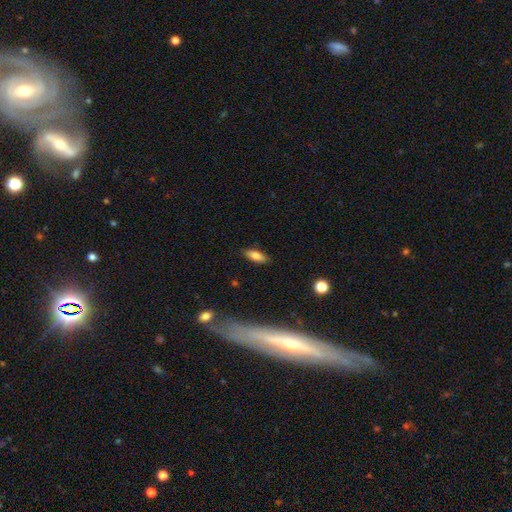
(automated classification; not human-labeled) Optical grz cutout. It shows a smooth galaxy with no disk features (79%) that is in between round and cigar-shaped (75%). Merging: none (85%).